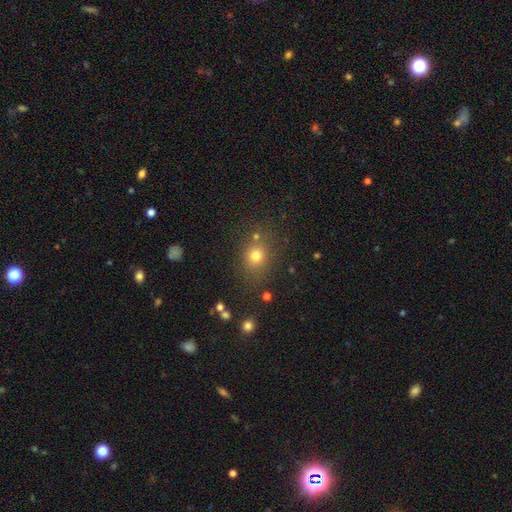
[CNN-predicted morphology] smooth_or_featured: smooth (p=0.74) [alt: star or artifact p=0.17]
how_rounded: round (p=0.73) [alt: in between p=0.26]
merging: none (p=0.76) [alt: minor disturbance p=0.12]